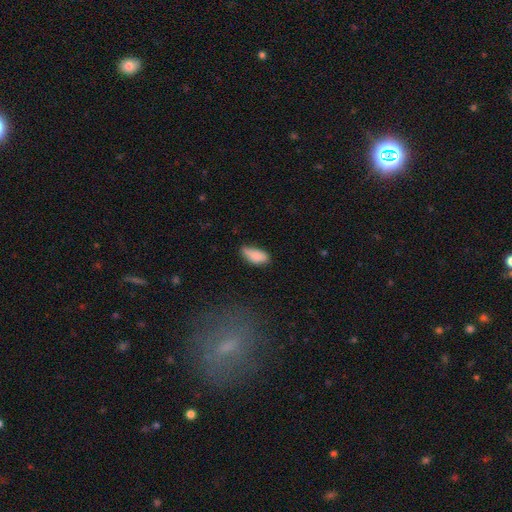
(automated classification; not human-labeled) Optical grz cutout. It shows a smooth galaxy with no disk features (86%) that is in between round and cigar-shaped (86%). Merging: none (59%).